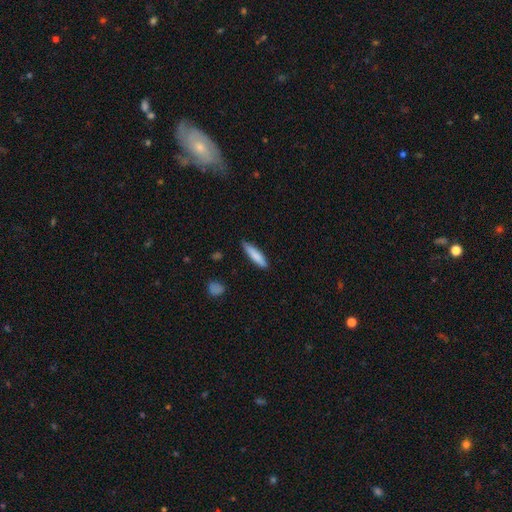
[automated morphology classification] A smooth galaxy with no disk features (81%) that is cigar-shaped (80%). Merging: none (79%).